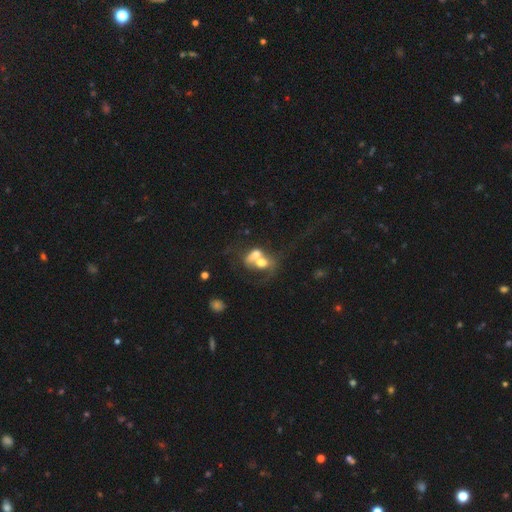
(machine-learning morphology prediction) Smooth or featured? smooth (47%)
Merging? merger (75%)